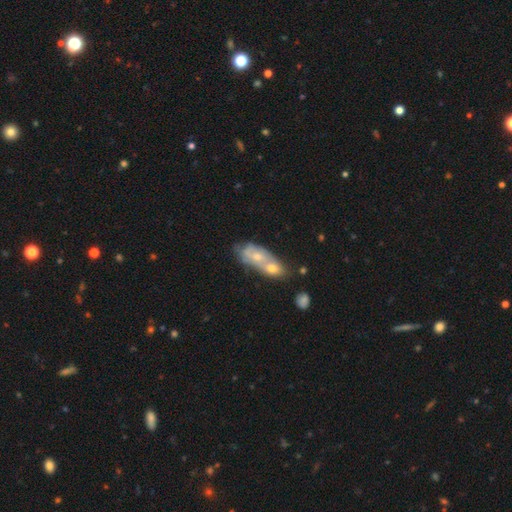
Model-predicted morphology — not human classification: A smooth galaxy with no disk features (53%) that is in between round and cigar-shaped (82%).

Vote fractions:
- Smooth or featured? smooth: 53% / featured or disk: 40% / star or artifact: 8%
- How rounded? in between: 82% / cigar-shaped: 9% / round: 9%
- Merging? merger: 69% / none: 15% / minor disturbance: 10% / major disturbance: 6%